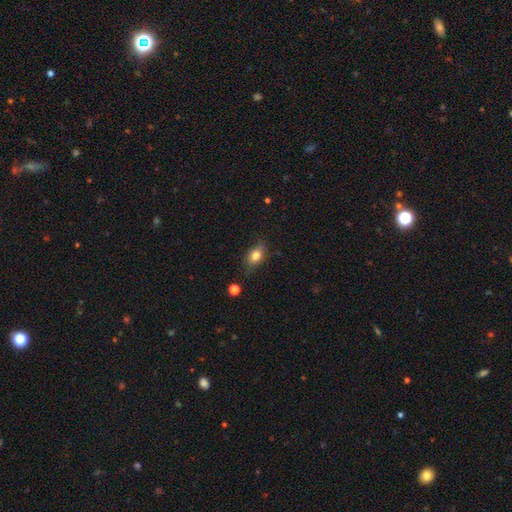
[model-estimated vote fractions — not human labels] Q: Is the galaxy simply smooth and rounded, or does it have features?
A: smooth — 80%.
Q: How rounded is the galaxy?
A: in between — 76%.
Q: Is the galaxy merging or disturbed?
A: none — 74%.